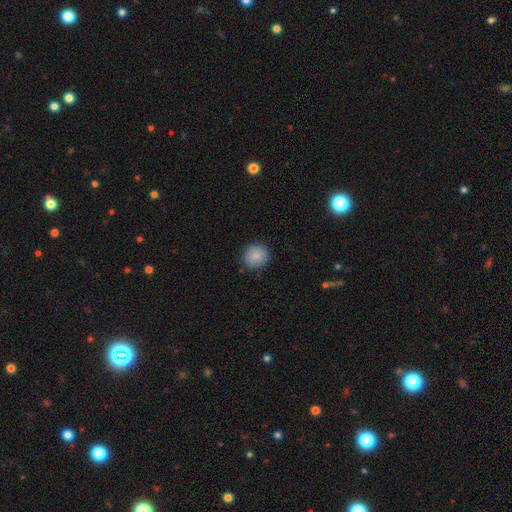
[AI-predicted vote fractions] Q: Smooth or featured?
A: smooth (87%); runner-up: star or artifact (8%)
Q: How rounded?
A: round (89%); runner-up: in between (10%)
Q: Merging?
A: none (88%); runner-up: minor disturbance (8%)